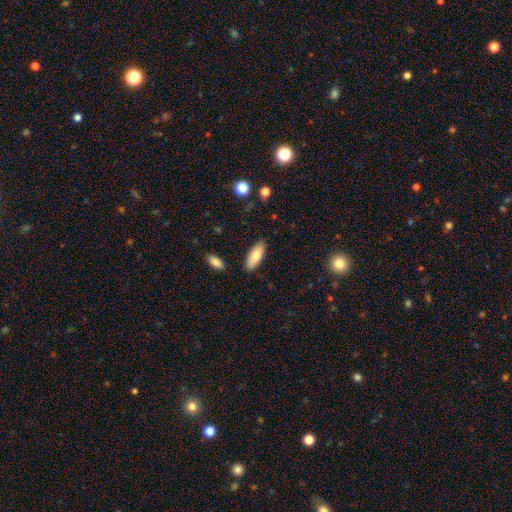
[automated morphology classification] smooth-or-featured: smooth: 79% | featured or disk: 15% | star or artifact: 6%
  how-rounded: in between: 75% | cigar-shaped: 23% | round: 2%
  merging: none: 87% | minor disturbance: 9% | merger: 2% | major disturbance: 2%